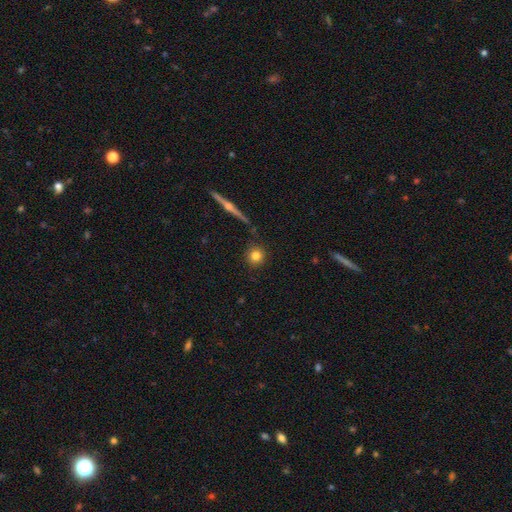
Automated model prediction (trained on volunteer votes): Q: Smooth or featured?
A: smooth (78%); runner-up: featured or disk (12%)
Q: How rounded?
A: round (93%); runner-up: in between (6%)
Q: Merging?
A: none (86%); runner-up: minor disturbance (8%)